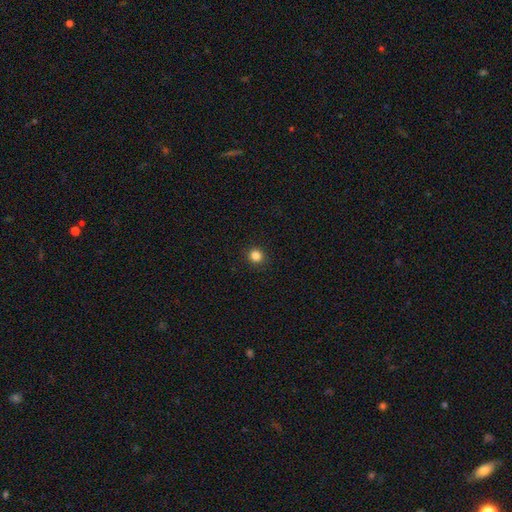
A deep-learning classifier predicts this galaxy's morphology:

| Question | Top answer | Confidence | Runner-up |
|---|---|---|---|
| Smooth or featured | smooth | 84% | star or artifact (12%) |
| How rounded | round | 91% | in between (8%) |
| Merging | none | 92% | minor disturbance (5%) |